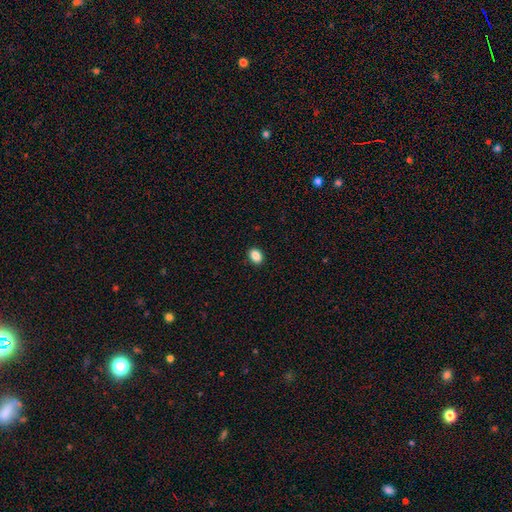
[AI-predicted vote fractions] This appears to be a smooth galaxy with no disk features (88%) that is in between round and cigar-shaped (71%). Merging: none (91%).